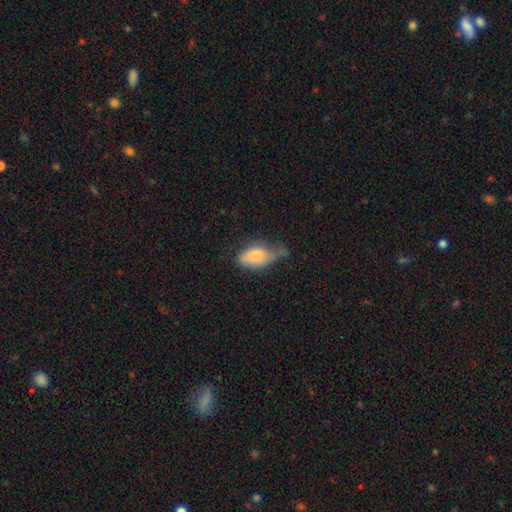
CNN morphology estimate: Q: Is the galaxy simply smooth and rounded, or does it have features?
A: smooth — 74%.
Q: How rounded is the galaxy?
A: in between — 90%.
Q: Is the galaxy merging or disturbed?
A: minor disturbance — 42%.